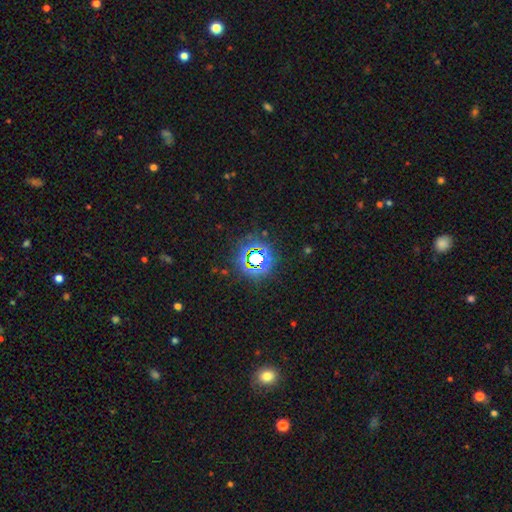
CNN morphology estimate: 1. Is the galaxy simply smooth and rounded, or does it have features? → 74% star or artifact, 16% smooth, 10% featured or disk.